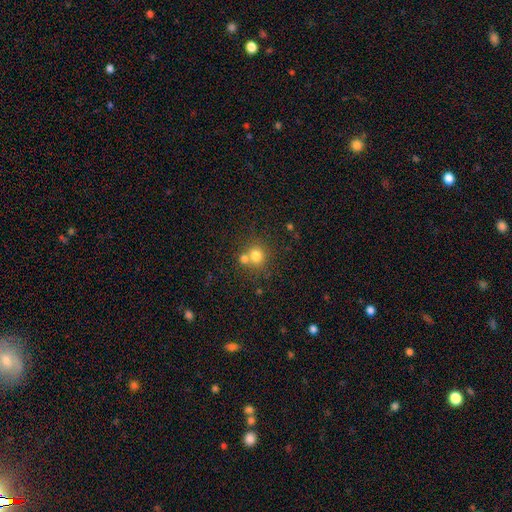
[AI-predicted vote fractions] A smooth galaxy with no disk features (75%) that is round (83%). Merging: none (51%).